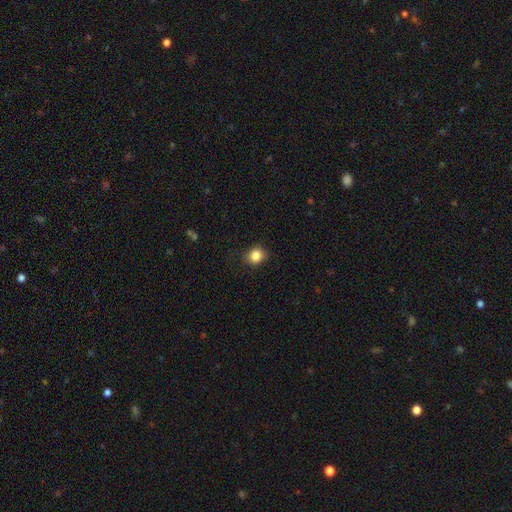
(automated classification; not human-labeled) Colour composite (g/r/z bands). It shows a smooth galaxy with no disk features (84%) that is round (72%). Merging: none (82%).